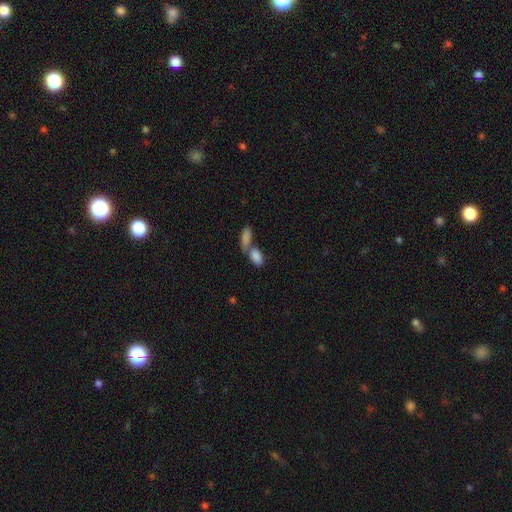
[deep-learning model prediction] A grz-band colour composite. It shows a smooth galaxy with no disk features (86%) that is in between round and cigar-shaped (90%). Merging: merger (58%).